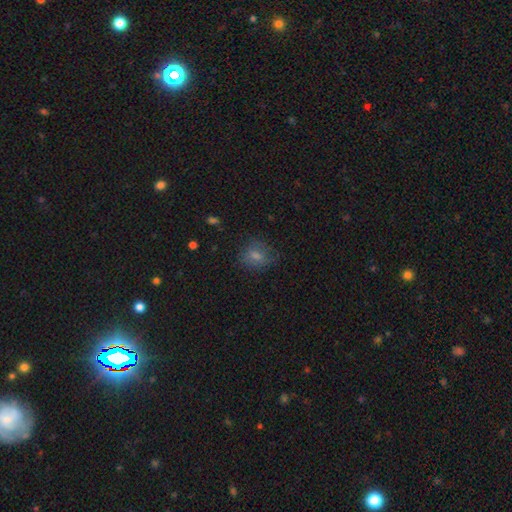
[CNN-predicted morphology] A smooth galaxy with no disk features (62%) that is round (66%).

Vote fractions:
- Smooth or featured? smooth: 62% / star or artifact: 21% / featured or disk: 17%
- How rounded? round: 66% / in between: 32% / cigar-shaped: 1%
- Merging? none: 71% / minor disturbance: 20% / major disturbance: 8% / merger: 1%